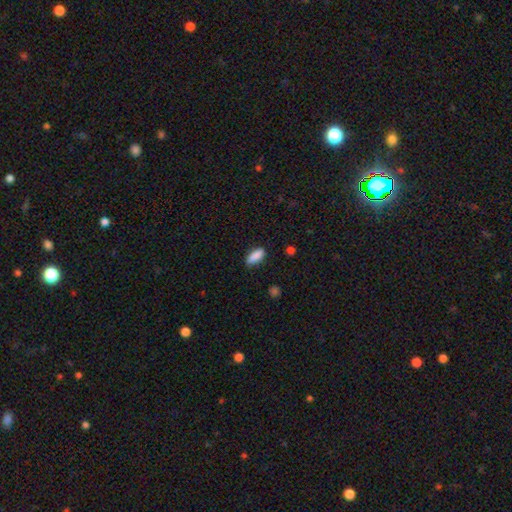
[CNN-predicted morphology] Overall: smooth (89%). How rounded: in between (81%). Merging: none (82%).